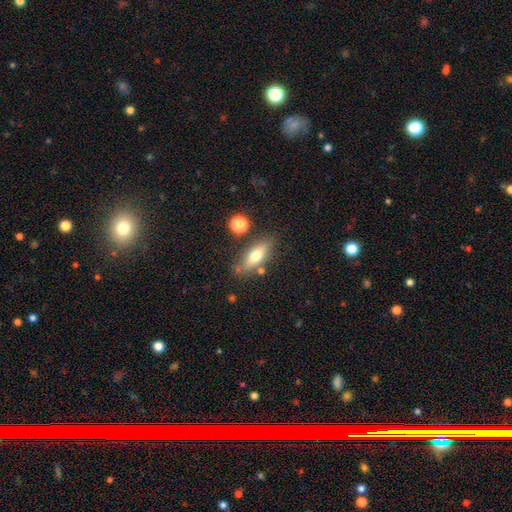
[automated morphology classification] Smooth or featured: smooth — 66% (featured or disk — 26%)
How rounded: in between — 68% (cigar-shaped — 28%)
Merging: none — 74% (minor disturbance — 15%)